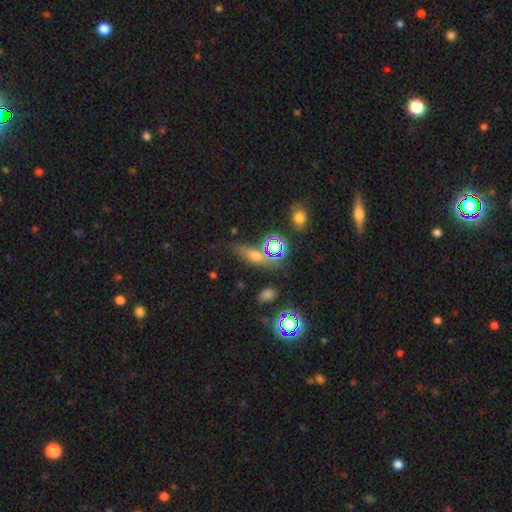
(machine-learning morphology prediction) smooth_or_featured: smooth (p=0.51) [alt: star or artifact p=0.28]
how_rounded: in between (p=0.48) [alt: cigar-shaped p=0.34]
merging: none (p=0.66) [alt: minor disturbance p=0.16]